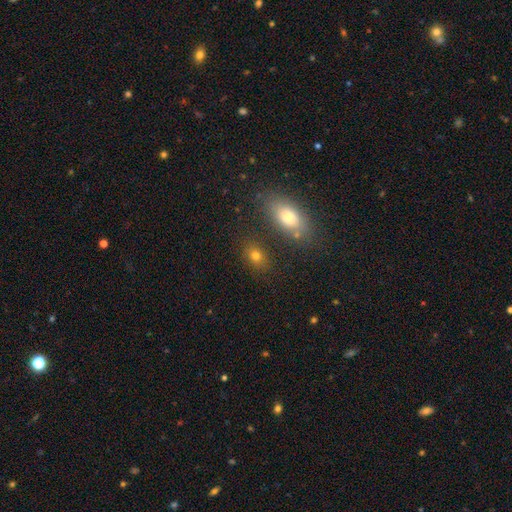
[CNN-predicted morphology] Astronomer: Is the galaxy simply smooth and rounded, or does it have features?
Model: smooth — 74%.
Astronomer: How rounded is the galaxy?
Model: in between — 70%.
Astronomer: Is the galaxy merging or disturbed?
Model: none — 75%.